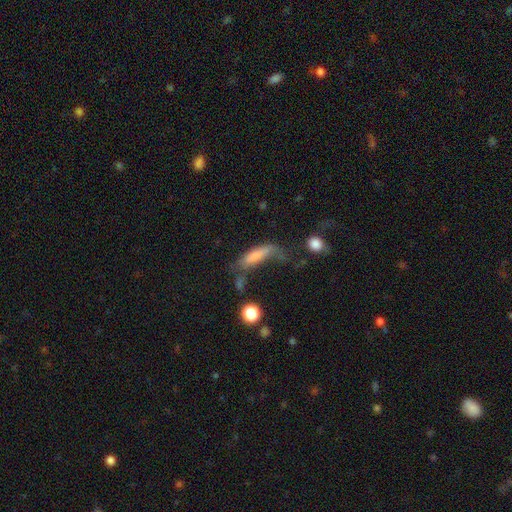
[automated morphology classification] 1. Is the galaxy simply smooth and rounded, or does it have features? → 72% smooth, 19% featured or disk, 9% star or artifact.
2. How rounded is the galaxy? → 53% cigar-shaped, 43% in between, 4% round.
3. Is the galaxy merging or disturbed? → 34% major disturbance, 29% none, 23% minor disturbance, 13% merger.